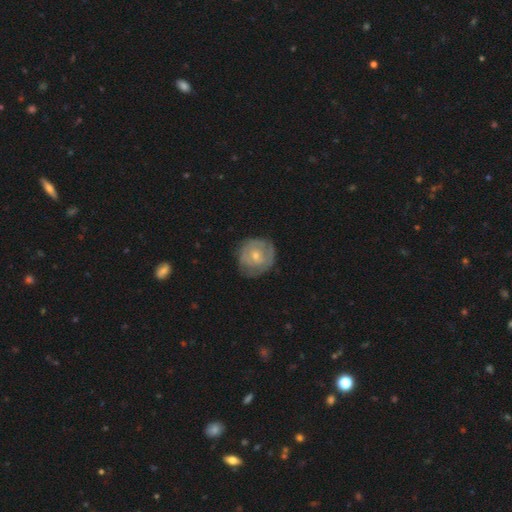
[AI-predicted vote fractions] The model was most divided on "bulge size": small: 52%, moderate: 43%, none: 2%, large: 2%, dominant: 1%. More confident: edge-on disk — no (97%); merging — none (71%); bar — no (71%); spiral arms — yes (64%); smooth or featured — featured or disk (58%).